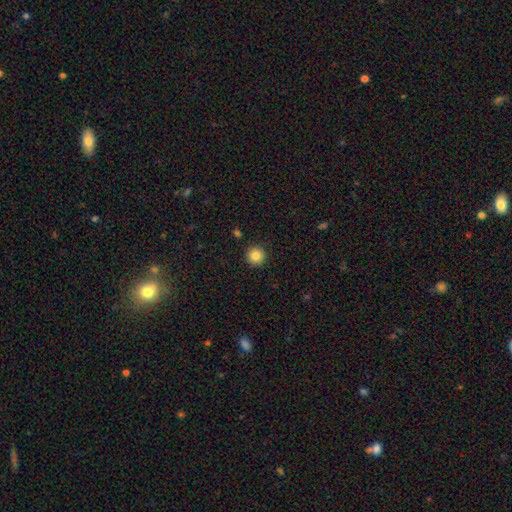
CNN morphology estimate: A smooth galaxy with no disk features (85%) that is round (96%).

Vote fractions:
- Smooth or featured? smooth: 85% / star or artifact: 10% / featured or disk: 5%
- How rounded? round: 96% / in between: 3% / cigar-shaped: 1%
- Merging? none: 92% / minor disturbance: 5% / major disturbance: 2% / merger: 1%